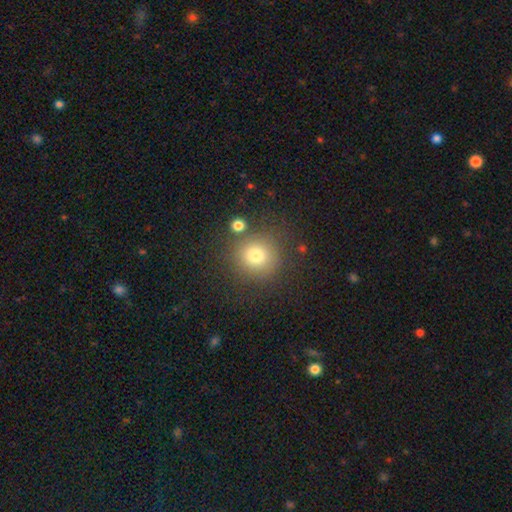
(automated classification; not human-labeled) smooth-or-featured: smooth: 76% | star or artifact: 14% | featured or disk: 10%
  how-rounded: round: 91% | in between: 8% | cigar-shaped: 1%
  merging: none: 79% | minor disturbance: 10% | merger: 7% | major disturbance: 4%